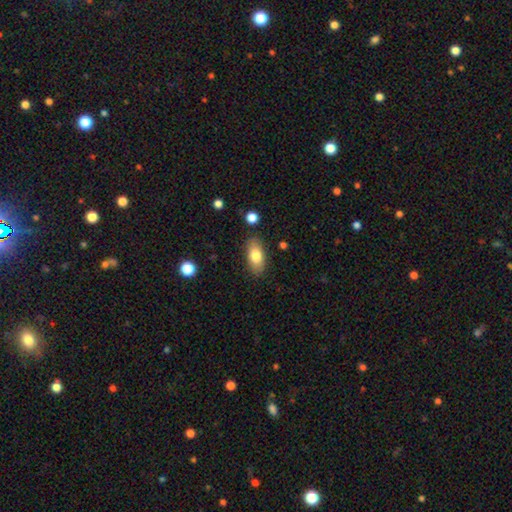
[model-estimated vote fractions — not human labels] Smooth or featured? Predicted: smooth (p=0.78). How rounded? Predicted: in between (p=0.88). Merging? Predicted: none (p=0.85).